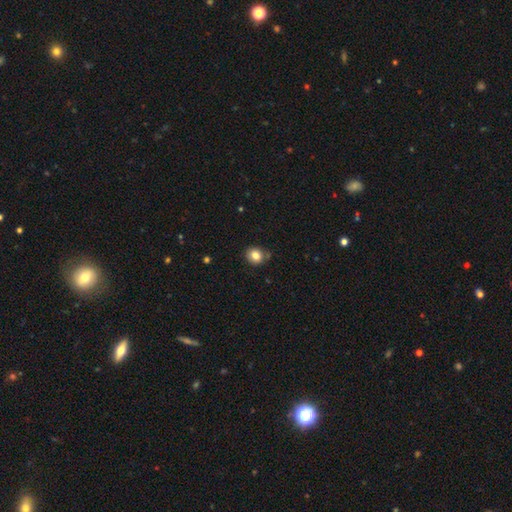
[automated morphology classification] Overall: smooth (81%). How rounded: round (74%). Merging: none (82%).